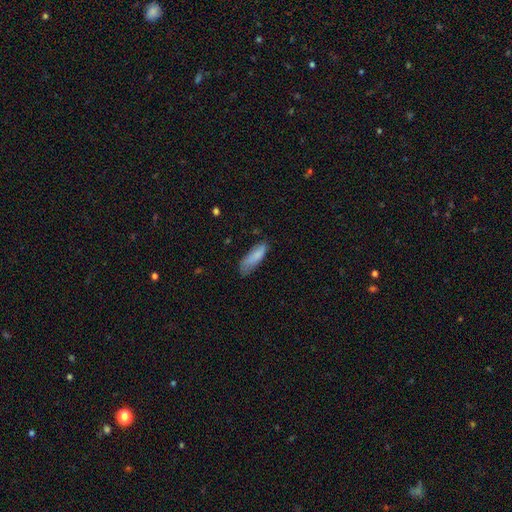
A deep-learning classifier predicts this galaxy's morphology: Smooth or featured? Predicted: smooth (p=0.84). How rounded? Predicted: in between (p=0.56). Merging? Predicted: none (p=0.57).